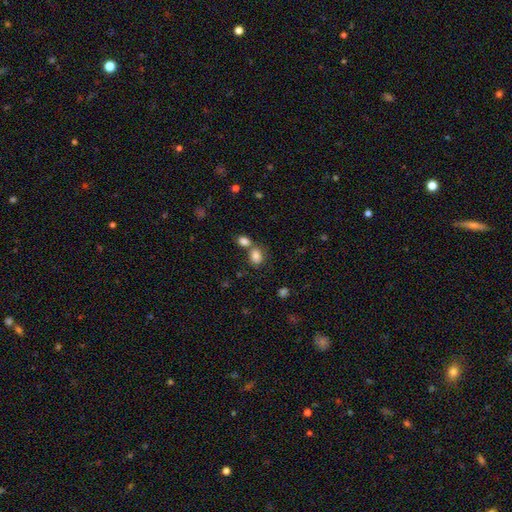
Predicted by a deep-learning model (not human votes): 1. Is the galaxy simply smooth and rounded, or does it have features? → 83% smooth, 9% star or artifact, 8% featured or disk.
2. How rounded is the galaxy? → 60% in between, 39% round, 1% cigar-shaped.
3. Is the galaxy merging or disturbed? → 49% none, 36% merger, 11% minor disturbance, 4% major disturbance.